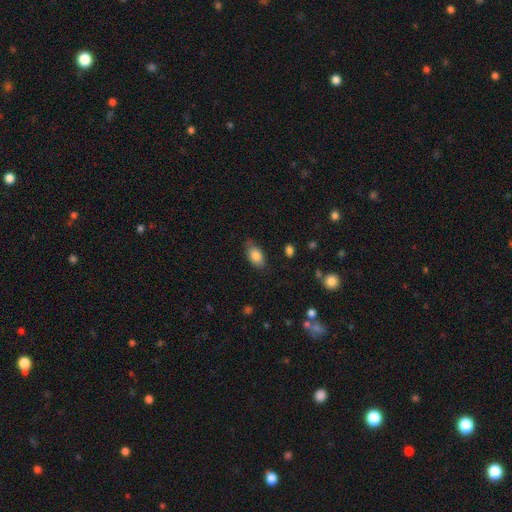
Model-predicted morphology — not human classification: Overall: smooth (85%). How rounded: in between (90%). Merging: none (75%).